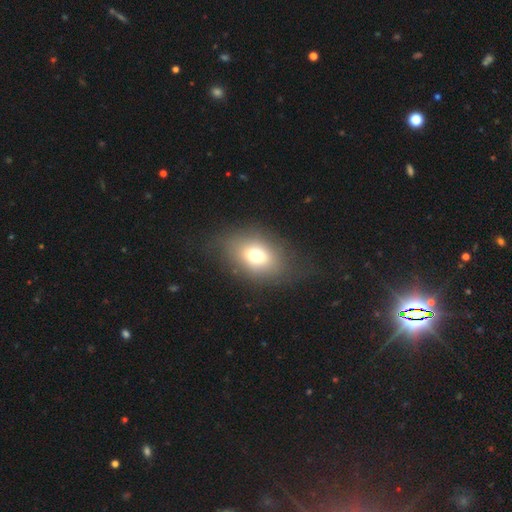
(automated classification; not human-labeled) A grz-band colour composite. It shows a smooth galaxy with no disk features (70%) that is in between round and cigar-shaped (73%). Merging: none (71%).